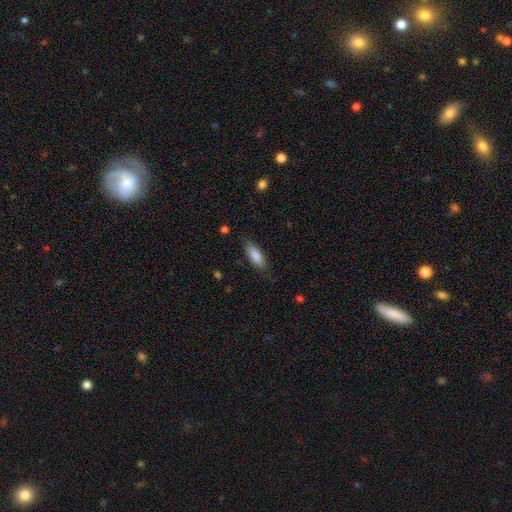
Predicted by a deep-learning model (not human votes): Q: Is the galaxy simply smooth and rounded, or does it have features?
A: smooth — 84%.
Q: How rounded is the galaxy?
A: in between — 64%.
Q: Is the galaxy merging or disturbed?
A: none — 80%.